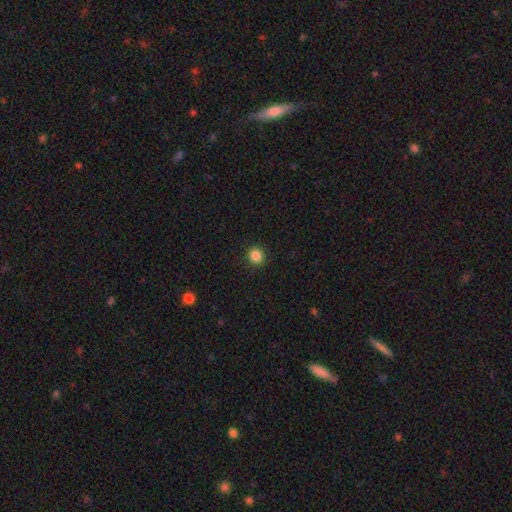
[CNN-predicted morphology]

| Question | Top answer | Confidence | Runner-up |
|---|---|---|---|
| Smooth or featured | smooth | 86% | star or artifact (11%) |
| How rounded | round | 90% | in between (9%) |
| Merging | none | 92% | minor disturbance (5%) |